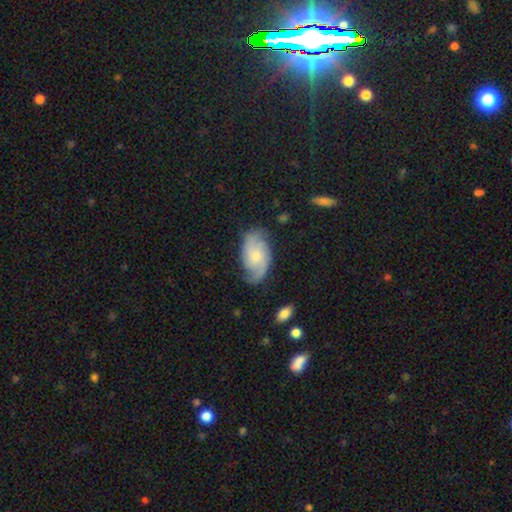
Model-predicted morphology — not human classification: Smooth or featured: featured or disk — 71% (smooth — 22%)
Edge-on disk: no — 96% (yes — 4%)
Bar: no — 65% (weak — 31%)
Spiral arms: yes — 94% (no — 6%)
Spiral winding: medium — 44% (loose — 31%)
Spiral arm count: 2 — 69% (can't tell — 13%)
Bulge size: small — 57% (moderate — 35%)
Merging: none — 70% (minor disturbance — 21%)